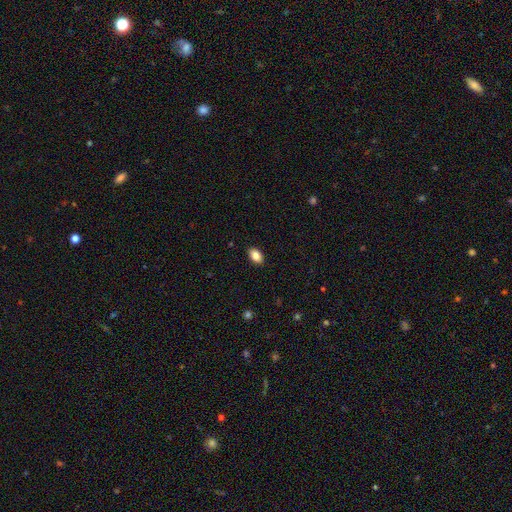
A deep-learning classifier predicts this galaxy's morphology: Smooth or featured? Predicted: smooth (p=0.85). How rounded? Predicted: in between (p=0.91). Merging? Predicted: none (p=0.90).